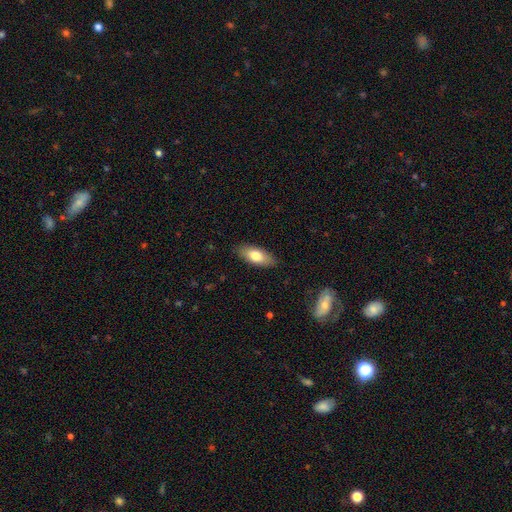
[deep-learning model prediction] smooth-or-featured: smooth: 77% | featured or disk: 17% | star or artifact: 6%
  how-rounded: in between: 82% | cigar-shaped: 15% | round: 3%
  merging: none: 86% | minor disturbance: 10% | major disturbance: 2% | merger: 1%